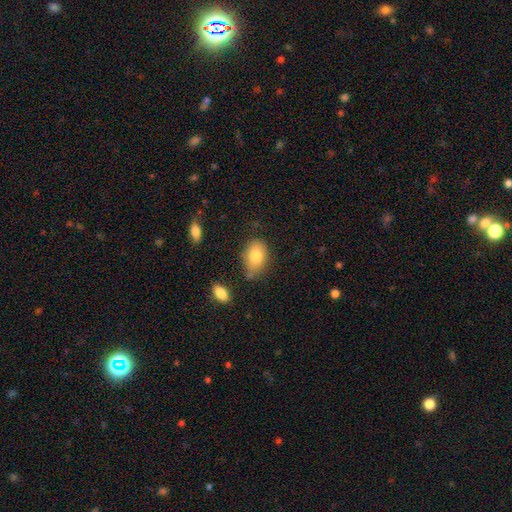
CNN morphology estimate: A smooth galaxy with no disk features (81%) that is in between round and cigar-shaped (82%).

Vote fractions:
- Smooth or featured? smooth: 81% / featured or disk: 11% / star or artifact: 8%
- How rounded? in between: 82% / round: 17% / cigar-shaped: 1%
- Merging? none: 67% / minor disturbance: 23% / major disturbance: 5% / merger: 5%